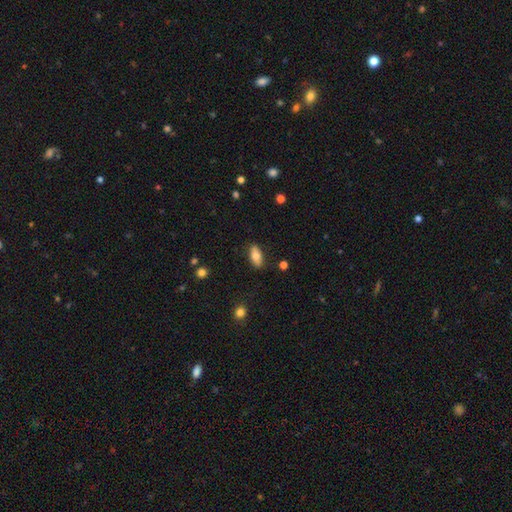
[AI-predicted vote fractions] This appears to be a smooth galaxy with no disk features (74%) that is in between round and cigar-shaped (84%). Merging: none (85%).